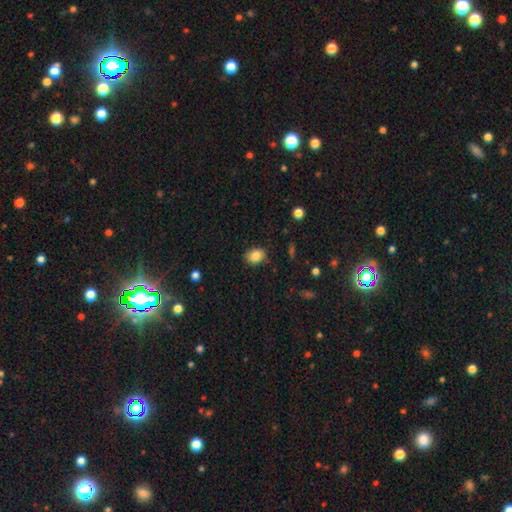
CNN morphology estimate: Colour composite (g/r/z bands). It shows a smooth galaxy with no disk features (86%) that is in between round and cigar-shaped (63%). Merging: none (82%).